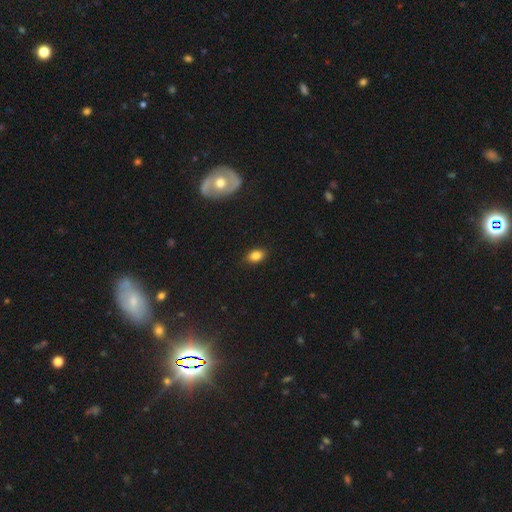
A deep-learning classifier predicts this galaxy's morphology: A smooth galaxy with no disk features (83%) that is in between round and cigar-shaped (82%). Merging: none (87%).